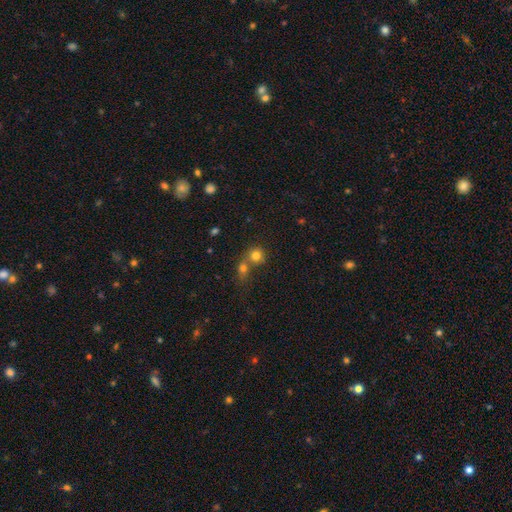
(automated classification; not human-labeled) smooth-or-featured: smooth: 77% | star or artifact: 13% | featured or disk: 9%
  how-rounded: round: 86% | in between: 13% | cigar-shaped: 1%
  merging: merger: 49% | none: 42% | minor disturbance: 6% | major disturbance: 3%